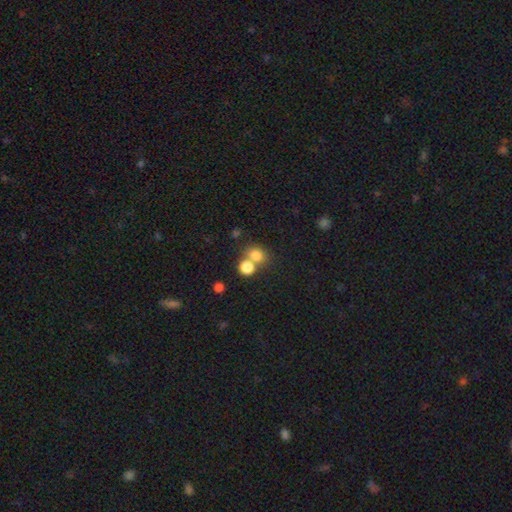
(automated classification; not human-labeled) Smooth or featured?
  - smooth: 78% *
  - star or artifact: 13%
  - featured or disk: 9%
How rounded?
  - round: 67% *
  - in between: 32%
  - cigar-shaped: 1%
Merging?
  - none: 49% *
  - merger: 40%
  - minor disturbance: 8%
  - major disturbance: 4%